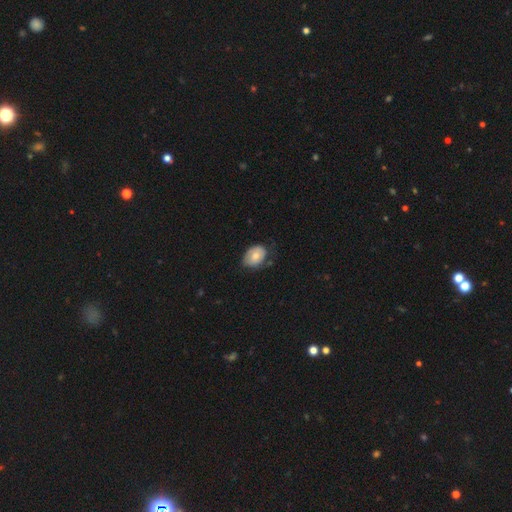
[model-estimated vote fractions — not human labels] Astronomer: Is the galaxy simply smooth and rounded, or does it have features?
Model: smooth — 66%.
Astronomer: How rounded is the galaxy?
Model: in between — 70%.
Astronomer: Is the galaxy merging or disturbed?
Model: none — 57% (runner-up: minor disturbance, 32%).